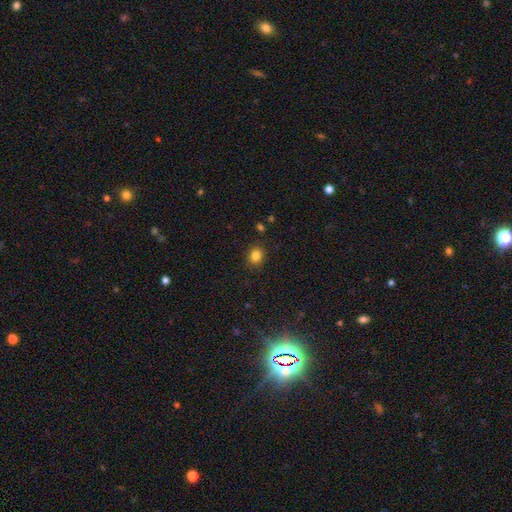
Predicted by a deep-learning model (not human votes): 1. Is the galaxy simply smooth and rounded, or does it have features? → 83% smooth, 12% star or artifact, 5% featured or disk.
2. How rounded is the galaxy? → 69% round, 30% in between, 1% cigar-shaped.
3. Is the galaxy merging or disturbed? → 88% none, 8% minor disturbance, 2% major disturbance, 1% merger.